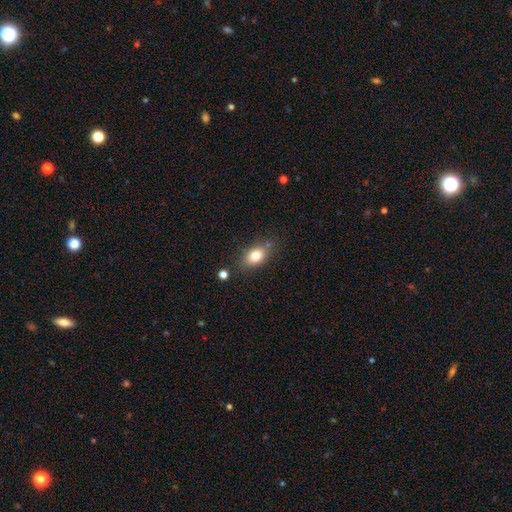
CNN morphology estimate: Smooth or featured? smooth (81%)
How rounded? in between (80%)
Merging? none (74%)